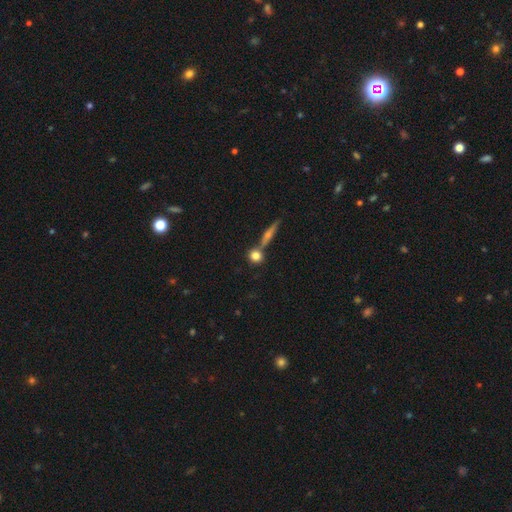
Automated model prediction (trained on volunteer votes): smooth-or-featured: smooth: 77% | featured or disk: 13% | star or artifact: 10%
  how-rounded: round: 84% | in between: 11% | cigar-shaped: 5%
  merging: none: 62% | merger: 25% | minor disturbance: 10% | major disturbance: 3%